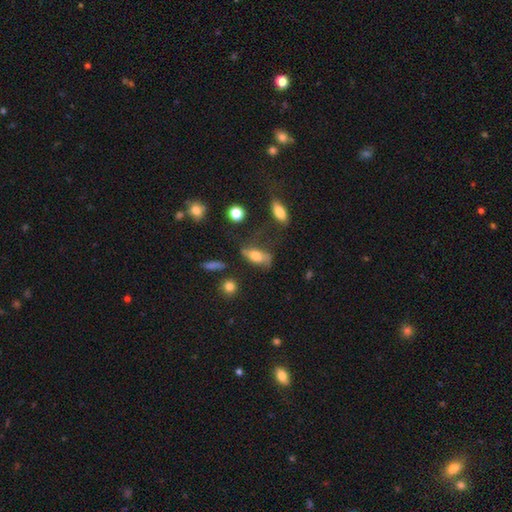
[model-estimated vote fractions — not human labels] Smooth or featured? Predicted: smooth (p=0.52). How rounded? Predicted: in between (p=0.74). Merging? Predicted: none (p=0.41).